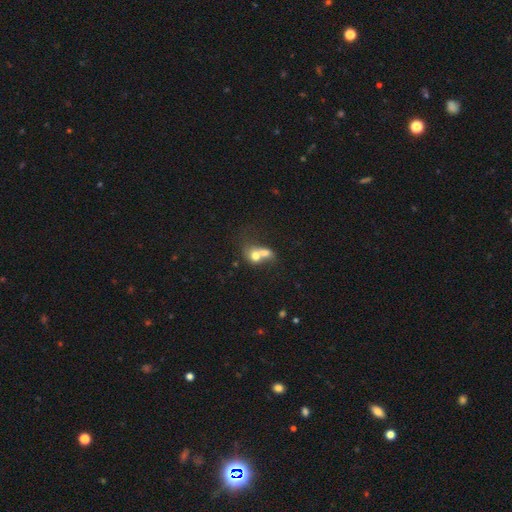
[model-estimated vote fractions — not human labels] Smooth or featured?
  - smooth: 64% *
  - featured or disk: 25%
  - star or artifact: 10%
How rounded?
  - round: 53% *
  - in between: 46%
  - cigar-shaped: 1%
Merging?
  - merger: 76% *
  - none: 12%
  - major disturbance: 6%
  - minor disturbance: 5%